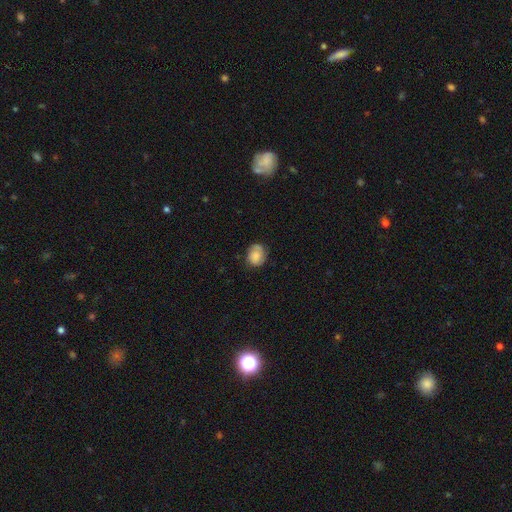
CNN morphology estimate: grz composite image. It shows a smooth galaxy with no disk features (70%) that is round (60%). Merging: none (69%).